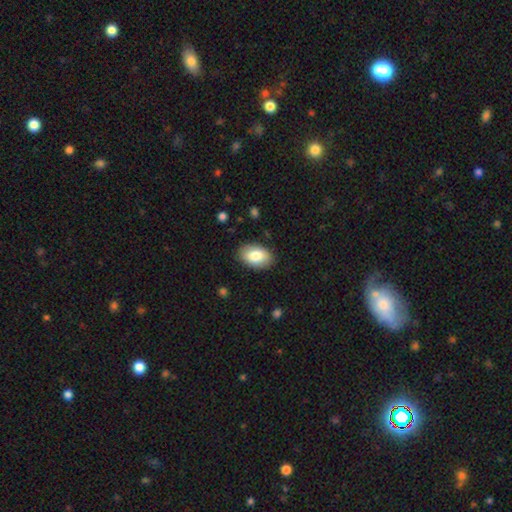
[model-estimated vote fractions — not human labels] smooth 83%, featured or disk 10%, star or artifact 6%. Down the decision tree: how rounded — in between (91%); merging — none (87%).